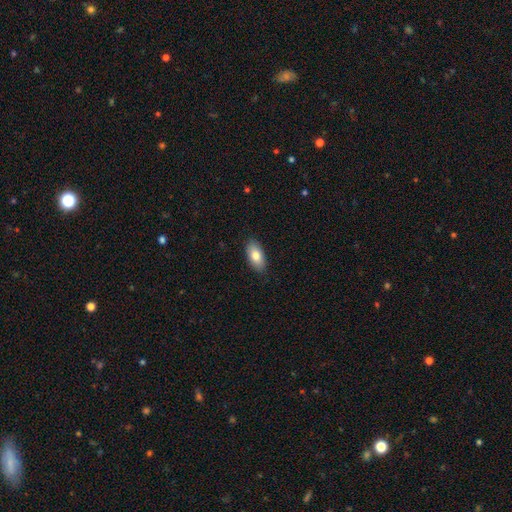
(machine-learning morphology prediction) smooth 81%, featured or disk 13%, star or artifact 6%. Down the decision tree: how rounded — in between (92%); merging — none (89%).